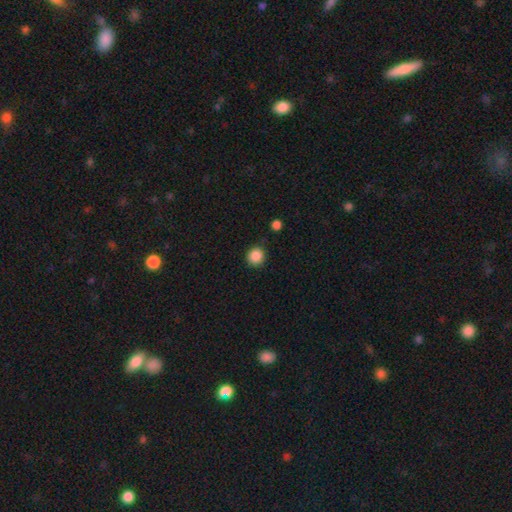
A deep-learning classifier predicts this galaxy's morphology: The model was most divided on "merging": none: 85%, minor disturbance: 10%, major disturbance: 3%, merger: 2%. More confident: how rounded — round (91%); smooth or featured — smooth (87%).